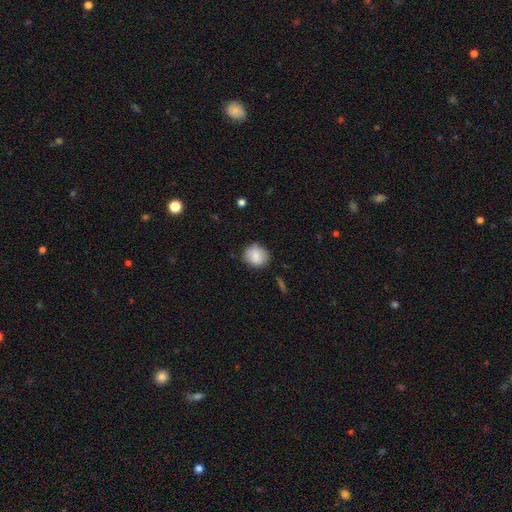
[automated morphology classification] A smooth galaxy with no disk features (83%) that is round (75%).

Vote fractions:
- Smooth or featured? smooth: 83% / featured or disk: 9% / star or artifact: 7%
- How rounded? round: 75% / in between: 24% / cigar-shaped: 1%
- Merging? none: 82% / minor disturbance: 13% / major disturbance: 3% / merger: 2%